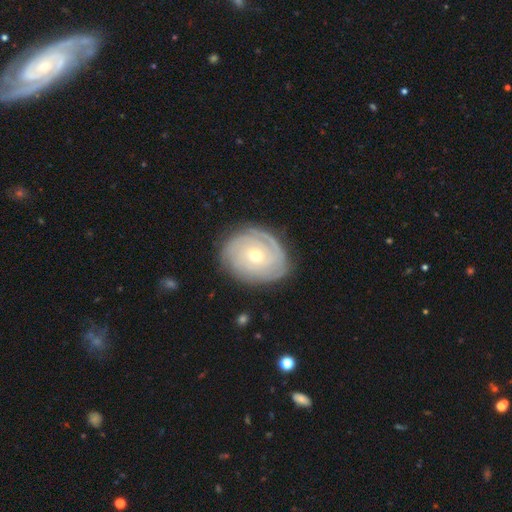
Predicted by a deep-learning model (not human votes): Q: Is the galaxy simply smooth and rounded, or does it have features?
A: featured or disk — 76%.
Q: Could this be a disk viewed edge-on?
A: no — 96%.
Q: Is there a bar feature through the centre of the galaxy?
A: no — 73%.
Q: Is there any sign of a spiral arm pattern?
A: yes — 90%.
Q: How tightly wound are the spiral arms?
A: tight — 81%.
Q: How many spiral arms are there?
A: can't tell — 43%.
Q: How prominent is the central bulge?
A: moderate — 51%.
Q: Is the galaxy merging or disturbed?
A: none — 80%.